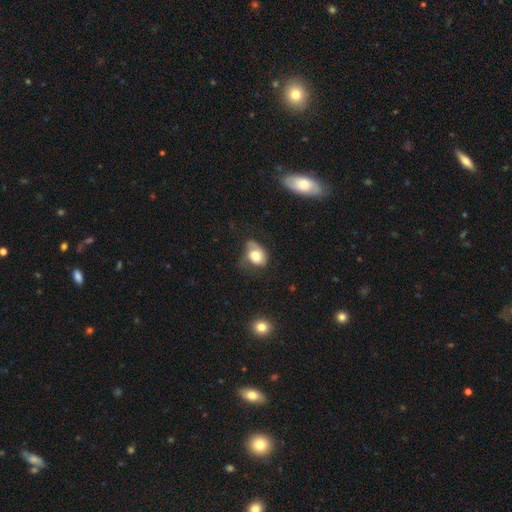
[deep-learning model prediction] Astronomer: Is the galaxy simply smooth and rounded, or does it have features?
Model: smooth — 63%.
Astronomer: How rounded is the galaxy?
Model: in between — 70%.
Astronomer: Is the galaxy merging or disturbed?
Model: minor disturbance — 35% (runner-up: none, 34%).